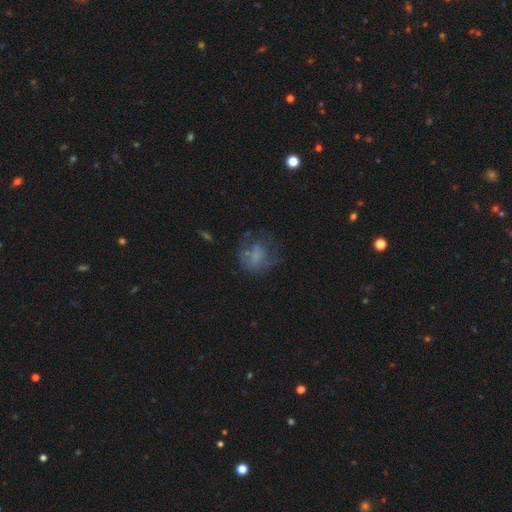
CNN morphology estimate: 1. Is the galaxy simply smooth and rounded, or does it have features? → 46% smooth, 39% featured or disk, 15% star or artifact.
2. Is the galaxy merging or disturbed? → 43% none, 32% major disturbance, 22% minor disturbance, 4% merger.